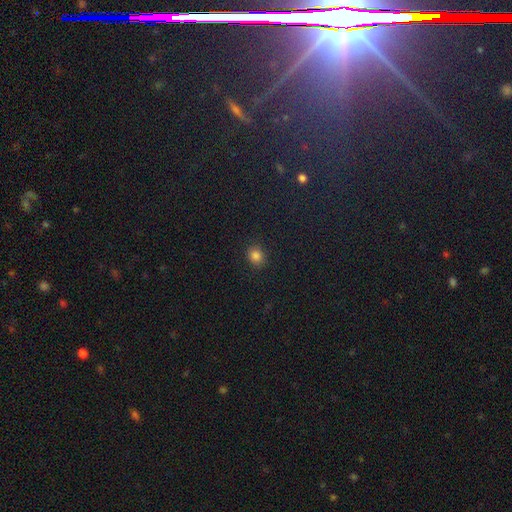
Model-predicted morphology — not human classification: smooth_or_featured: smooth (p=0.83) [alt: star or artifact p=0.13]
how_rounded: round (p=0.71) [alt: in between p=0.28]
merging: none (p=0.89) [alt: minor disturbance p=0.08]